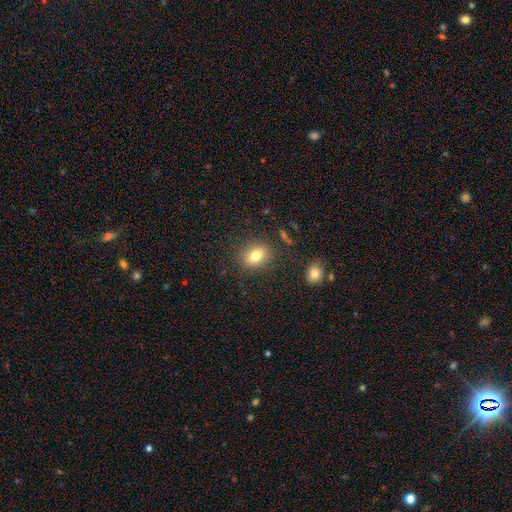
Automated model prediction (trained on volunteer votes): Smooth or featured: smooth — 79% (star or artifact — 11%)
How rounded: in between — 52% (round — 47%)
Merging: none — 84% (minor disturbance — 10%)